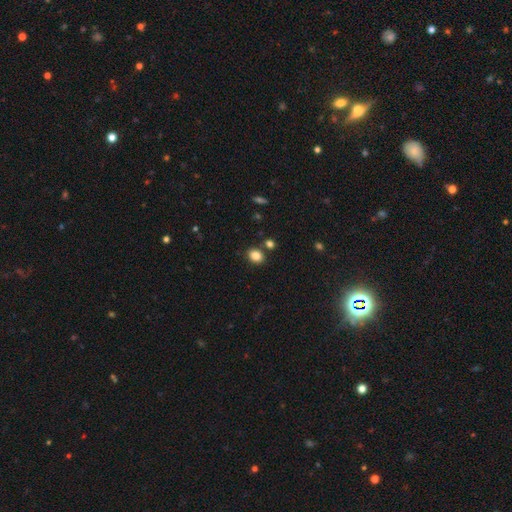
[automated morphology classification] A smooth galaxy with no disk features (85%) that is in between round and cigar-shaped (55%).

Vote fractions:
- Smooth or featured? smooth: 85% / star or artifact: 11% / featured or disk: 5%
- How rounded? in between: 55% / round: 44% / cigar-shaped: 1%
- Merging? none: 80% / minor disturbance: 9% / merger: 8% / major disturbance: 3%